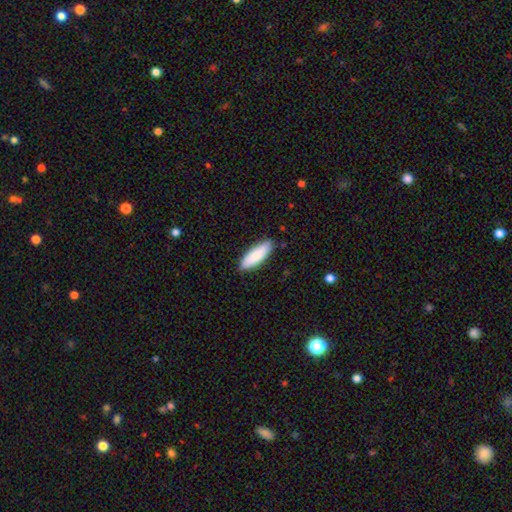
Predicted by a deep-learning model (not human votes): Overall: smooth (86%). How rounded: in between (60%; cigar-shaped 39%). Merging: none (87%).